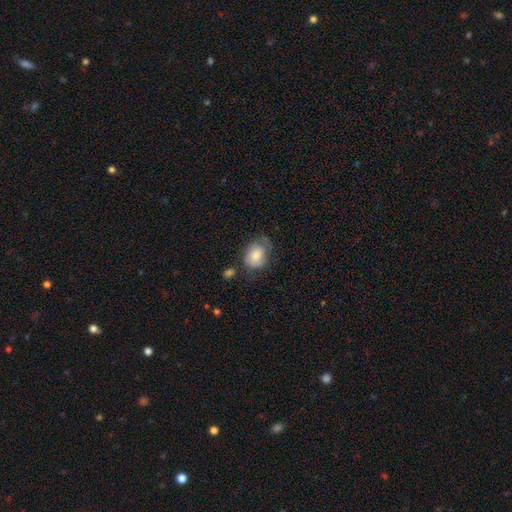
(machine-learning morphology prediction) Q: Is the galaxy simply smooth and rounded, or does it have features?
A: smooth — 75%.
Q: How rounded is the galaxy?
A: in between — 55%.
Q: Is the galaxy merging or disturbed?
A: none — 49%.